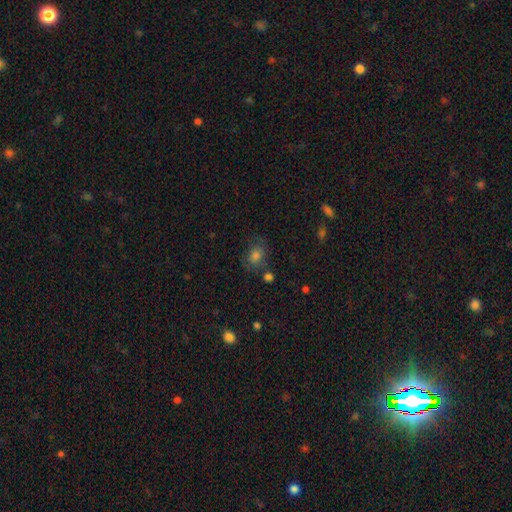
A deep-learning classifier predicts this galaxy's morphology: A smooth galaxy with no disk features (67%) that is in between round and cigar-shaped (52%).

Vote fractions:
- Smooth or featured? smooth: 67% / star or artifact: 19% / featured or disk: 14%
- How rounded? in between: 52% / round: 47% / cigar-shaped: 1%
- Merging? none: 64% / minor disturbance: 20% / major disturbance: 9% / merger: 7%